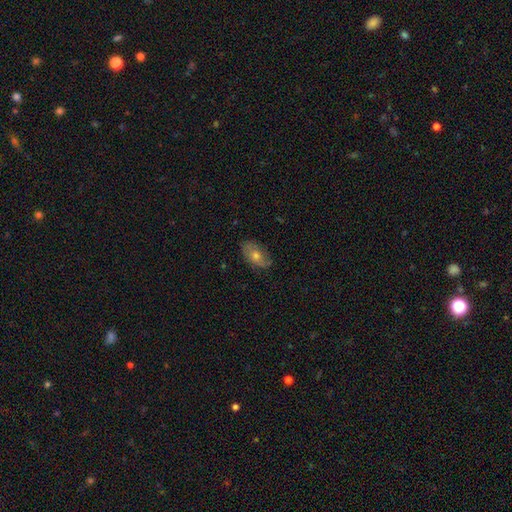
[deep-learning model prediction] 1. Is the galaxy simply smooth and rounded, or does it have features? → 45% smooth, 44% featured or disk, 11% star or artifact.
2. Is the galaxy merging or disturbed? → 76% none, 18% minor disturbance, 4% major disturbance, 1% merger.